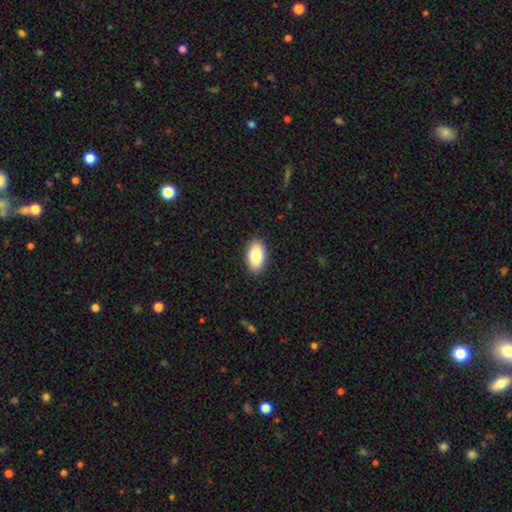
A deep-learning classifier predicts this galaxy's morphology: A smooth galaxy with no disk features (83%) that is in between round and cigar-shaped (93%). Merging: none (90%).